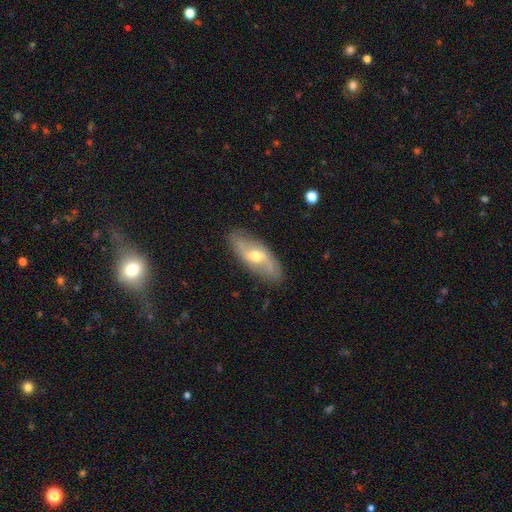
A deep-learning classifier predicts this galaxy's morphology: Q: Smooth or featured?
A: featured or disk (73%); runner-up: smooth (20%)
Q: Edge-on disk?
A: no (86%); runner-up: yes (14%)
Q: Bar?
A: weak (44%); runner-up: no (43%)
Q: Spiral arms?
A: yes (86%); runner-up: no (14%)
Q: Spiral winding?
A: loose (49%); runner-up: medium (34%)
Q: Spiral arm count?
A: 2 (84%); runner-up: can't tell (10%)
Q: Bulge size?
A: moderate (64%); runner-up: small (31%)
Q: Merging?
A: none (84%); runner-up: minor disturbance (12%)